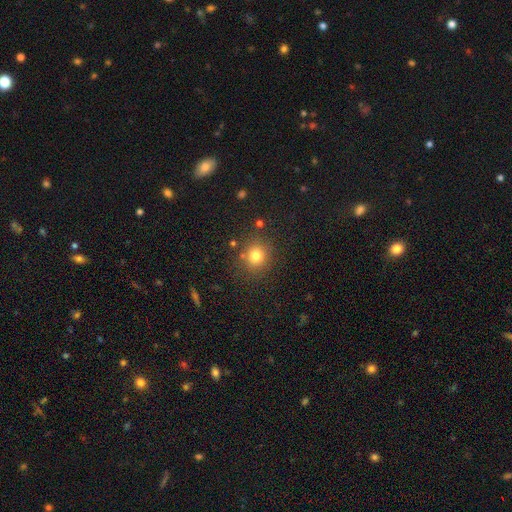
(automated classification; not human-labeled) Smooth or featured? Predicted: smooth (p=0.78). How rounded? Predicted: round (p=0.84). Merging? Predicted: none (p=0.83).